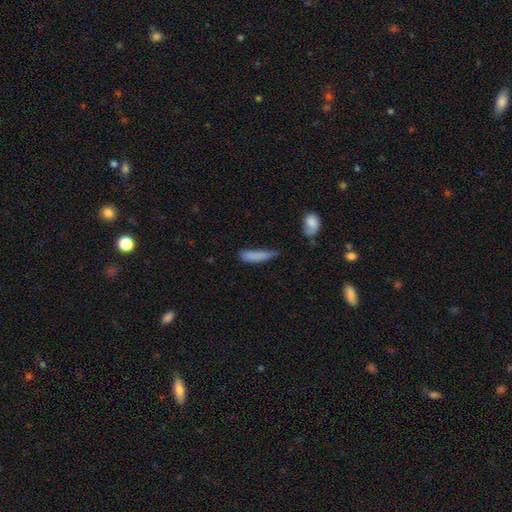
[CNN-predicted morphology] smooth_or_featured: smooth (p=0.79) [alt: featured or disk p=0.13]
how_rounded: cigar-shaped (p=0.78) [alt: in between p=0.20]
merging: none (p=0.44) [alt: minor disturbance p=0.36]